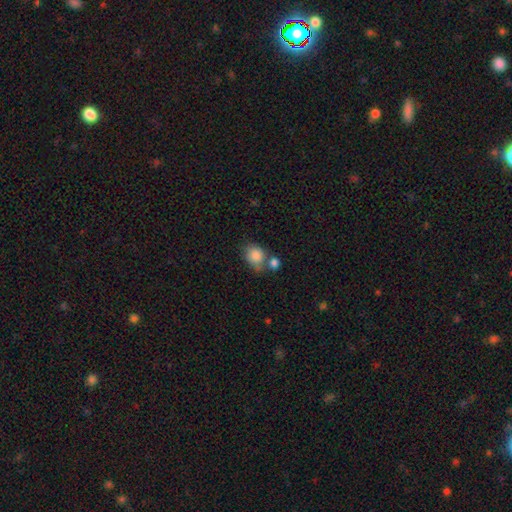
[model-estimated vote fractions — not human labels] Smooth or featured? smooth (85%)
How rounded? round (62%)
Merging? none (45%)